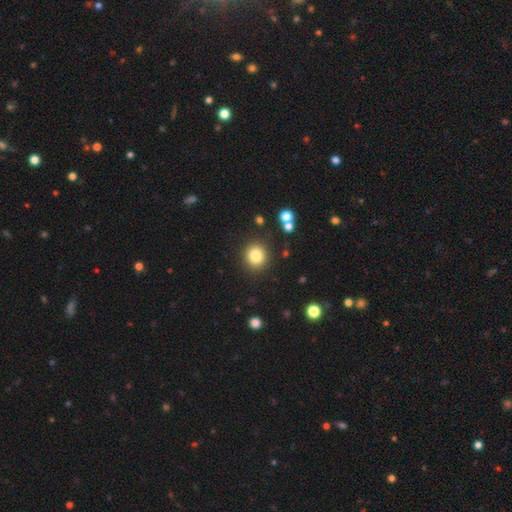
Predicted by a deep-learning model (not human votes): Q: Smooth or featured?
A: smooth (82%); runner-up: star or artifact (11%)
Q: How rounded?
A: round (87%); runner-up: in between (12%)
Q: Merging?
A: none (88%); runner-up: minor disturbance (7%)